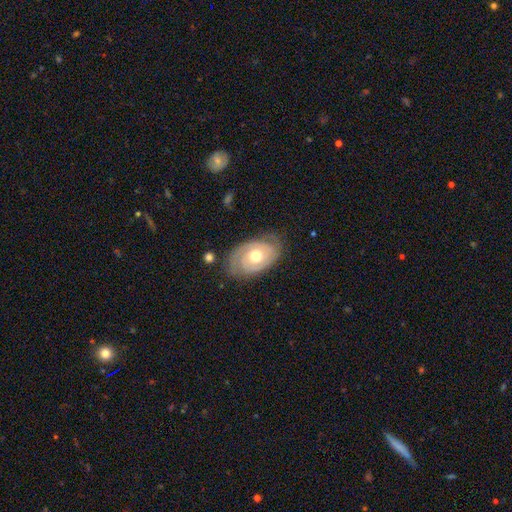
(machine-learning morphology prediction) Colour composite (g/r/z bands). It shows a featured or disk galaxy (79%) with no bar (75%), 2 (55%) tight (71%) spiral arms (89%) and a moderate central bulge (76%). Merging: none (75%).